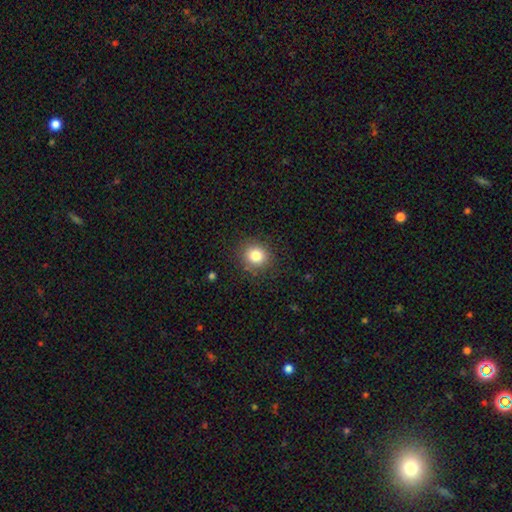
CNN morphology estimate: smooth 83%, star or artifact 11%, featured or disk 6%. Down the decision tree: how rounded — round (85%); merging — none (87%).